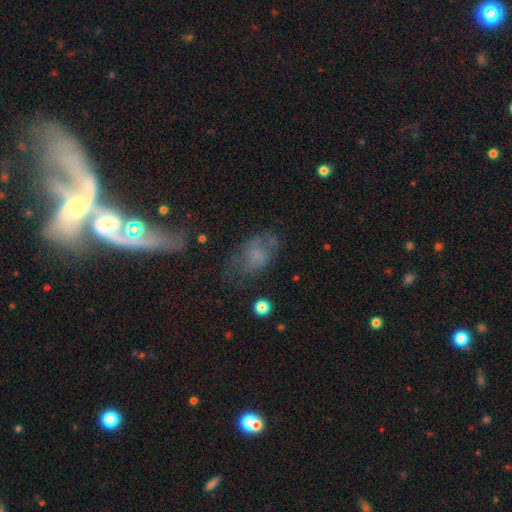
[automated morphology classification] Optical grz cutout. It shows a smooth galaxy with no disk features (52%) that is in between round and cigar-shaped (85%). Merging: none (47%).